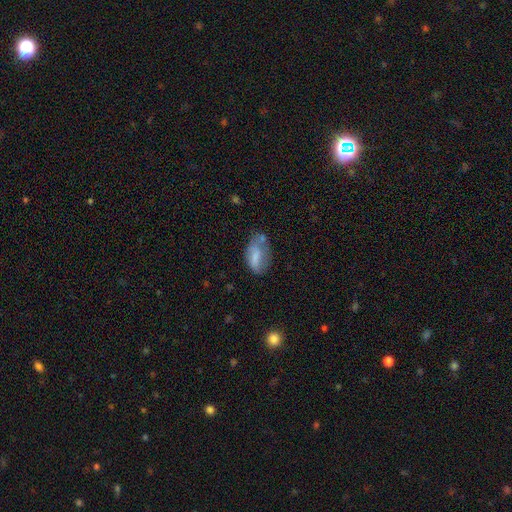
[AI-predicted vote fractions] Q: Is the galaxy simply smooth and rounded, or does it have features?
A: smooth — 68%.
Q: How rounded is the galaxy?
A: in between — 87%.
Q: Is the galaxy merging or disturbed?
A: none — 42%.